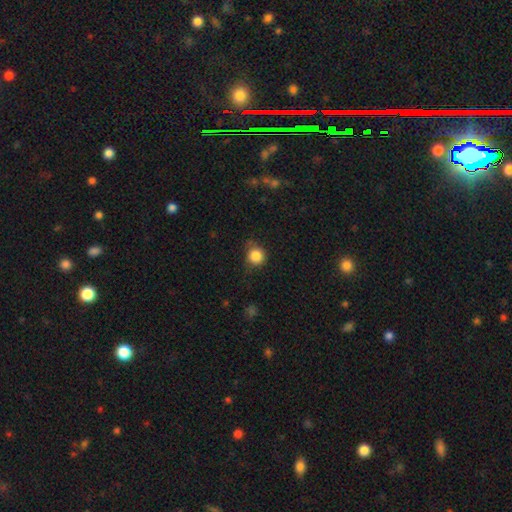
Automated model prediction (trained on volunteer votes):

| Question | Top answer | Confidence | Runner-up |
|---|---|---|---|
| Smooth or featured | smooth | 85% | star or artifact (10%) |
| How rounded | round | 90% | in between (9%) |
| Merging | none | 70% | minor disturbance (23%) |